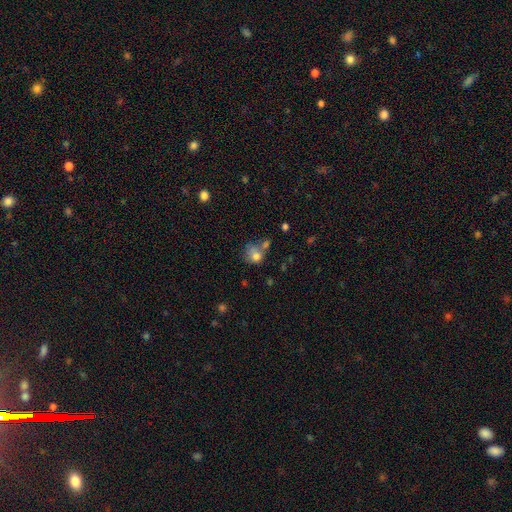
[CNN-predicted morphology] A smooth galaxy with no disk features (74%) that is round (65%). Merging: none (36%).